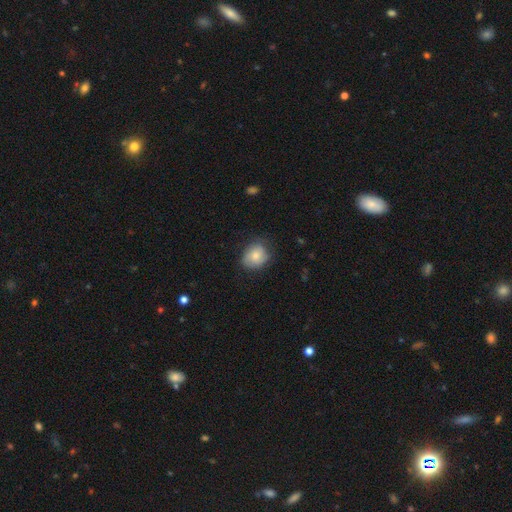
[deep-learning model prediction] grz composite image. It shows a smooth galaxy with no disk features (70%) that is round (60%). Merging: none (64%).